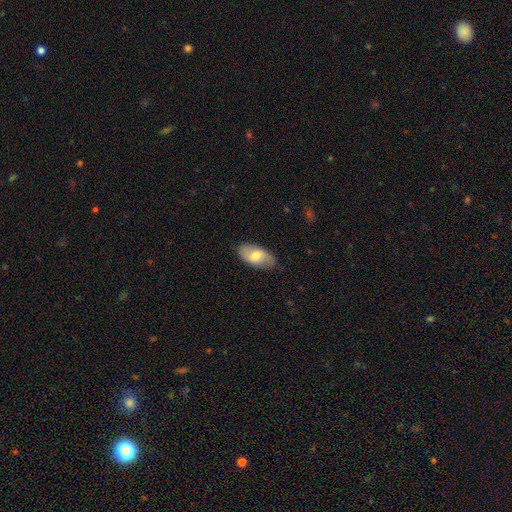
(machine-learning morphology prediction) Smooth or featured? smooth (62%)
How rounded? in between (93%)
Merging? none (84%)